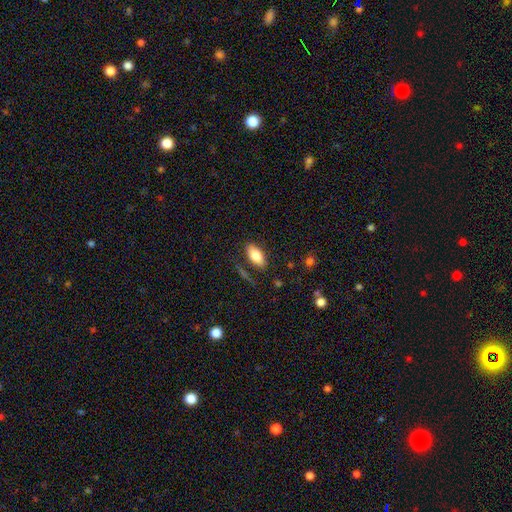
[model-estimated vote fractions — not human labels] Smooth or featured? smooth (79%)
How rounded? in between (87%)
Merging? none (82%)